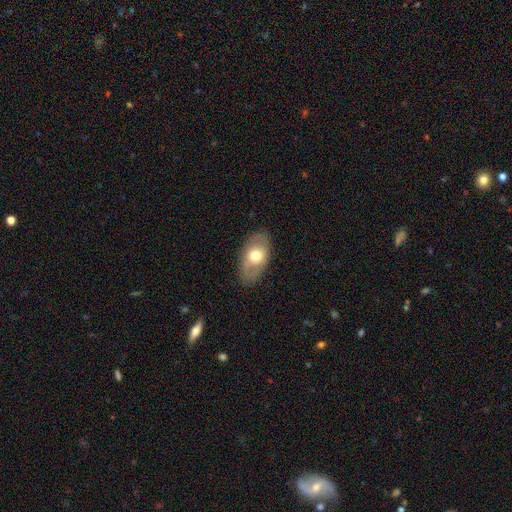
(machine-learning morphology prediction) A smooth galaxy with no disk features (60%) that is in between round and cigar-shaped (90%). Merging: none (81%).